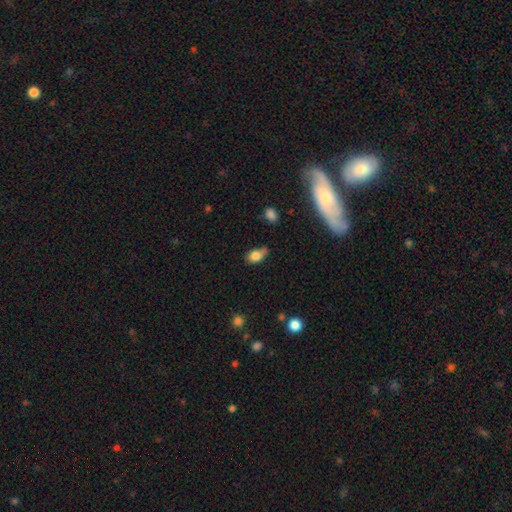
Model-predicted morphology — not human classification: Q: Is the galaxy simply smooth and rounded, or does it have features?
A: smooth — 81%.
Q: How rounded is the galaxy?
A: in between — 83%.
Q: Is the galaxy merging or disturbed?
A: none — 45%.